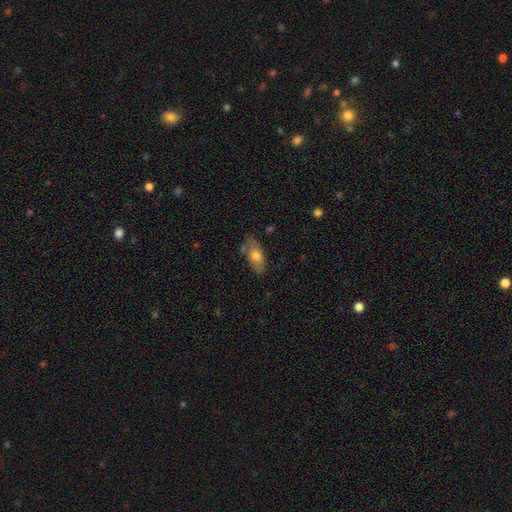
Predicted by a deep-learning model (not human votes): smooth_or_featured: smooth (p=0.68) [alt: featured or disk p=0.26]
how_rounded: in between (p=0.89) [alt: cigar-shaped p=0.07]
merging: none (p=0.69) [alt: minor disturbance p=0.21]